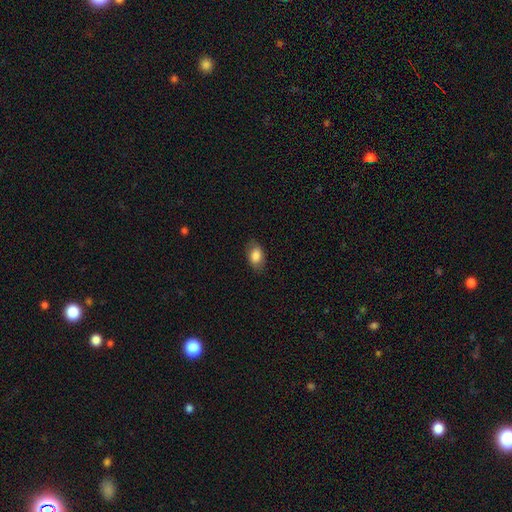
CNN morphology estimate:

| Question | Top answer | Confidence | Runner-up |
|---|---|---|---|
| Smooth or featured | smooth | 83% | featured or disk (10%) |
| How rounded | in between | 89% | round (9%) |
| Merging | none | 81% | minor disturbance (14%) |